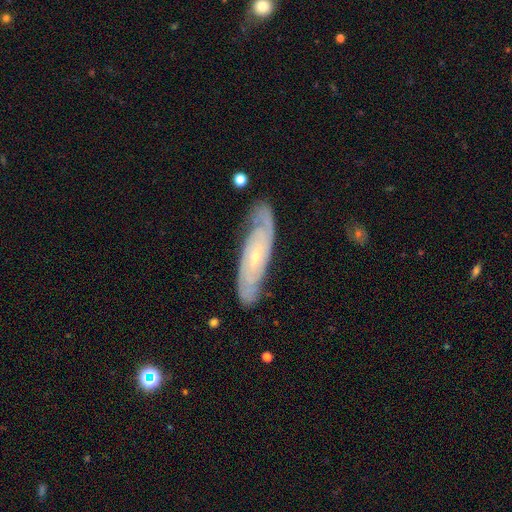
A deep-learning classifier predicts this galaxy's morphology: A featured or disk galaxy (82%) with no bar (65%), 2 (51%) tight (68%) spiral arms (94%) and a small central bulge (77%).

Vote fractions:
- Smooth or featured? featured or disk: 82% / smooth: 12% / star or artifact: 6%
- Edge-on disk? no: 82% / yes: 18%
- Bar? no: 65% / weak: 27% / strong: 8%
- Spiral arms? yes: 94% / no: 6%
- Spiral winding? tight: 68% / medium: 25% / loose: 7%
- Spiral arm count? 2: 51% / can't tell: 31% / 3: 8% / 4: 4% / 1: 4% / more than 4: 3%
- Bulge size? small: 77% / moderate: 19% / none: 2% / large: 1% / dominant: 1%
- Merging? none: 79% / minor disturbance: 16% / major disturbance: 4% / merger: 2%